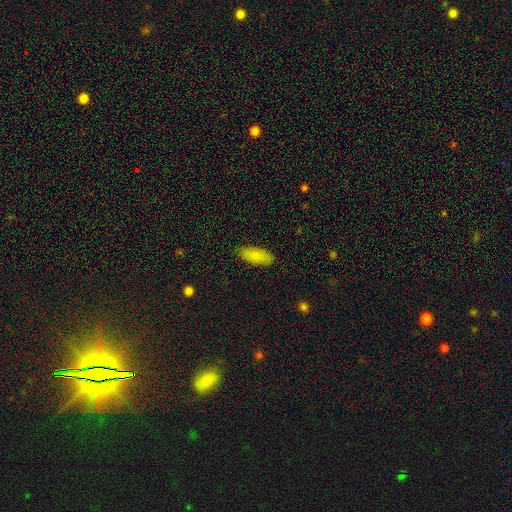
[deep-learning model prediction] Smooth or featured: smooth — 87% (star or artifact — 7%)
How rounded: in between — 81% (cigar-shaped — 17%)
Merging: none — 86% (minor disturbance — 11%)